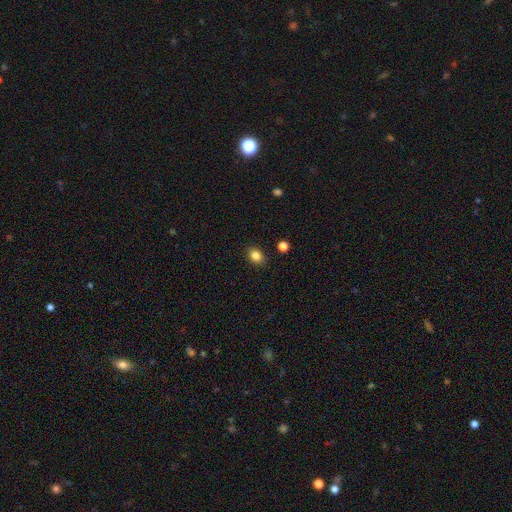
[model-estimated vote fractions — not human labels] A smooth galaxy with no disk features (85%) that is in between round and cigar-shaped (67%).

Vote fractions:
- Smooth or featured? smooth: 85% / star or artifact: 10% / featured or disk: 5%
- How rounded? in between: 67% / round: 32% / cigar-shaped: 1%
- Merging? none: 87% / minor disturbance: 9% / major disturbance: 2% / merger: 2%